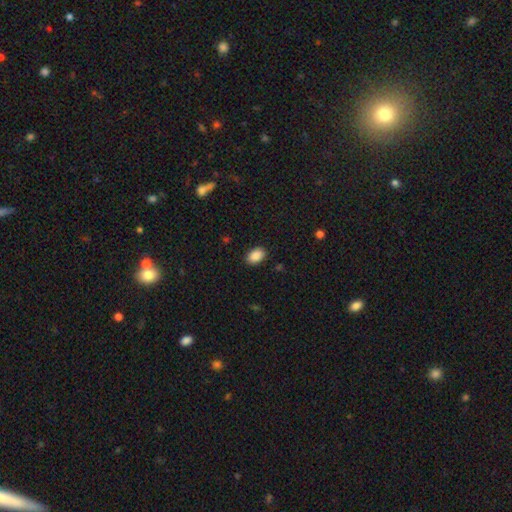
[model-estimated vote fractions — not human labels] smooth-or-featured: smooth: 89% | star or artifact: 8% | featured or disk: 3%
  how-rounded: in between: 85% | round: 14% | cigar-shaped: 1%
  merging: none: 89% | minor disturbance: 8% | major disturbance: 2% | merger: 1%